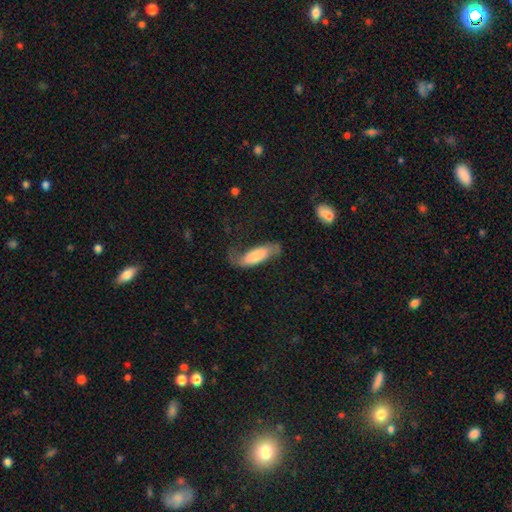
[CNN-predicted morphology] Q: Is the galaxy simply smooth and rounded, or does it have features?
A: smooth — 61%.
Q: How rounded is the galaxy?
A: in between — 63%.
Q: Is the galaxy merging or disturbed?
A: none — 42%.